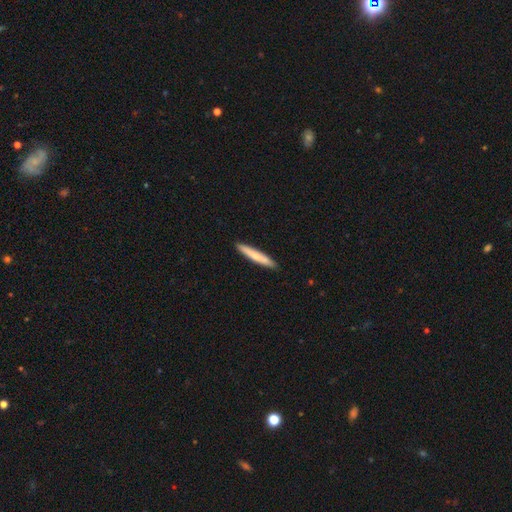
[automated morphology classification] Smooth or featured? smooth (69%)
How rounded? cigar-shaped (94%)
Merging? none (91%)